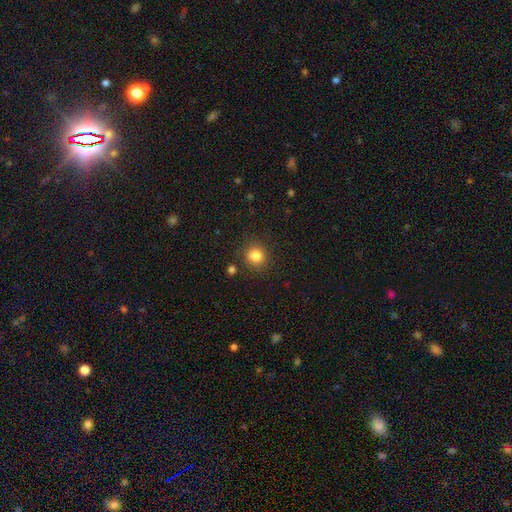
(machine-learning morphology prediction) smooth_or_featured: smooth (p=0.83) [alt: star or artifact p=0.12]
how_rounded: round (p=0.87) [alt: in between p=0.12]
merging: none (p=0.86) [alt: minor disturbance p=0.08]